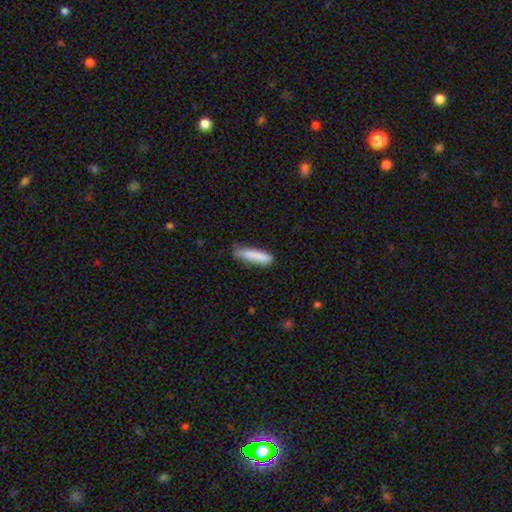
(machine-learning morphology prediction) Smooth or featured?
  - smooth: 84% *
  - featured or disk: 10%
  - star or artifact: 6%
How rounded?
  - cigar-shaped: 79% *
  - in between: 19%
  - round: 1%
Merging?
  - none: 62% *
  - minor disturbance: 29%
  - major disturbance: 7%
  - merger: 3%